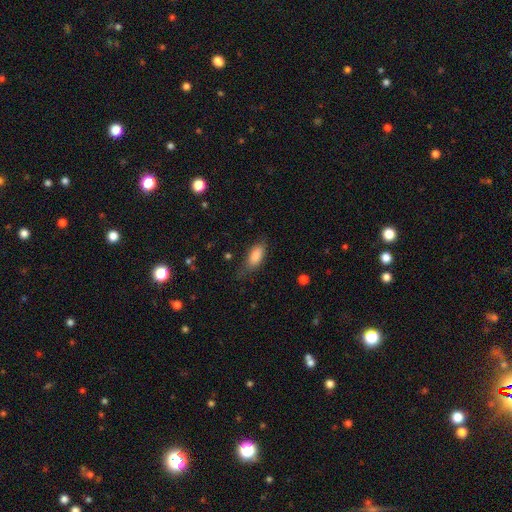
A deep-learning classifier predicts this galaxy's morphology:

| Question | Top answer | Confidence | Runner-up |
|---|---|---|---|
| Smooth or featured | smooth | 85% | featured or disk (8%) |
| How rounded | in between | 83% | cigar-shaped (14%) |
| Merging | none | 65% | minor disturbance (25%) |